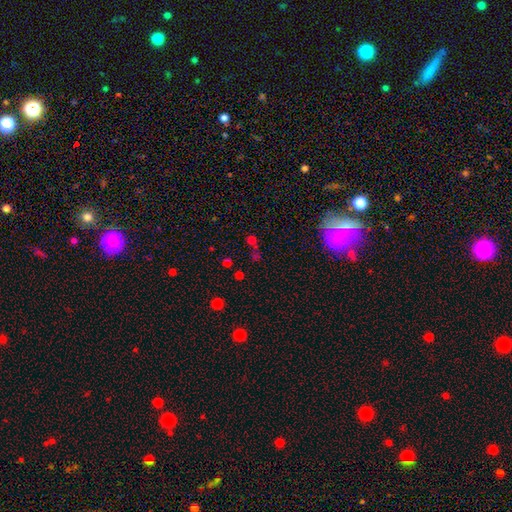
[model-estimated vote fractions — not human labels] star or artifact 47%, smooth 44%, featured or disk 9%.